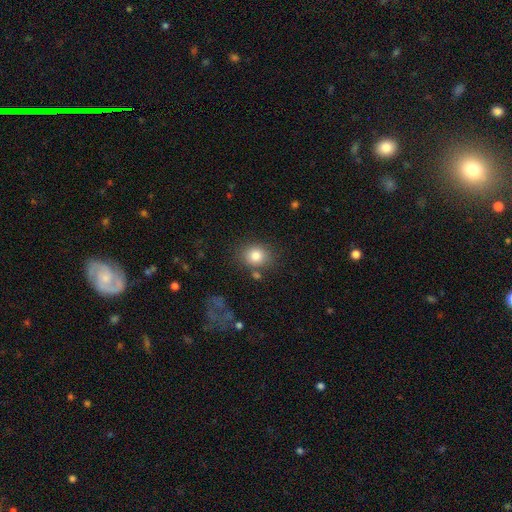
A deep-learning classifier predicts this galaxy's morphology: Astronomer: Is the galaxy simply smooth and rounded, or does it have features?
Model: smooth — 82%.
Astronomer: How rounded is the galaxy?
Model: round — 63%.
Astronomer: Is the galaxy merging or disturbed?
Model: none — 77%.